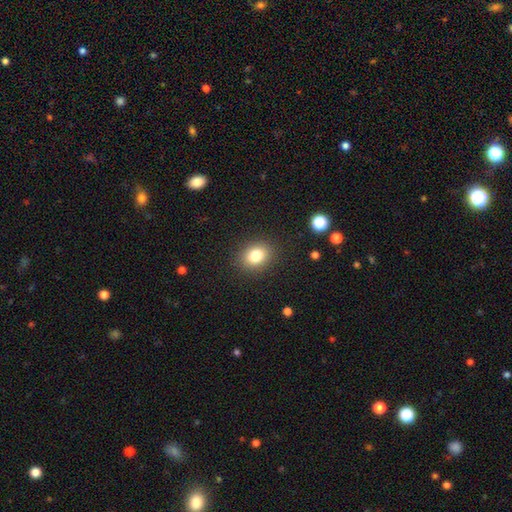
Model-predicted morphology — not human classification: type=smooth (81%); roundness=round (52%); merging=none (88%).